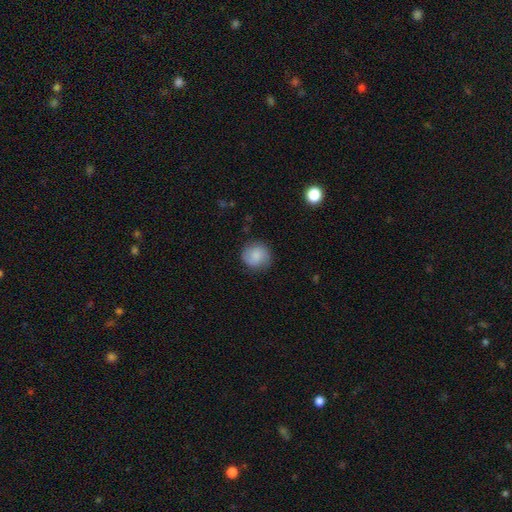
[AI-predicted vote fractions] The model was most divided on "smooth or featured": smooth: 70%, featured or disk: 22%, star or artifact: 8%. More confident: how rounded — round (90%); merging — none (82%).